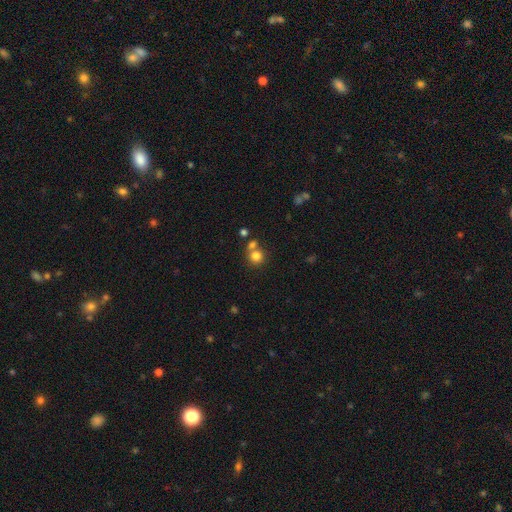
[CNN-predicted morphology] The model was most divided on "merging": none: 58%, merger: 31%, minor disturbance: 8%, major disturbance: 3%. More confident: how rounded — round (89%); smooth or featured — smooth (79%).